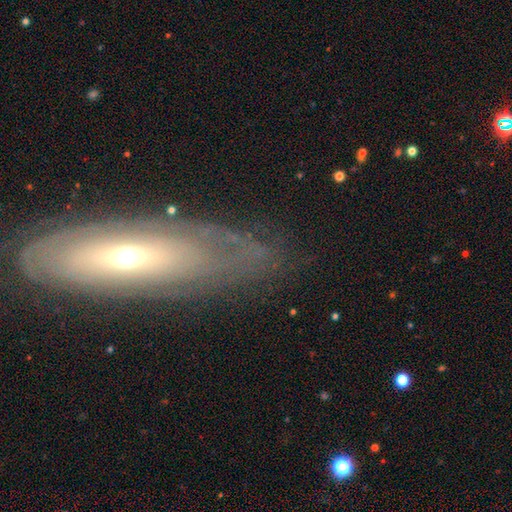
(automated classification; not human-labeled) Overall: featured or disk (68%). Edge-on disk: no (68%; yes 32%). Merging: none (79%).